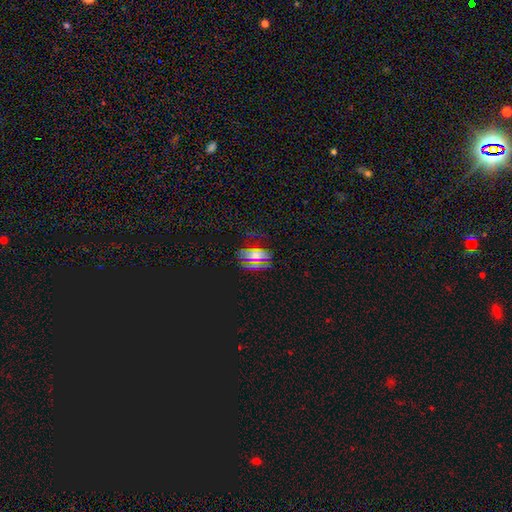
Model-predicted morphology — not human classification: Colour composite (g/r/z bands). It shows a smooth galaxy with no disk features (52%) that is in between round and cigar-shaped (79%). Merging: none (66%).